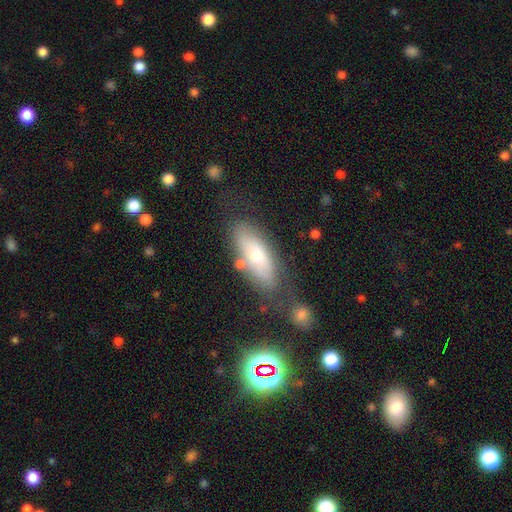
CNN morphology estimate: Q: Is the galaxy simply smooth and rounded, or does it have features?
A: smooth — 51%.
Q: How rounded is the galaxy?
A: in between — 70%.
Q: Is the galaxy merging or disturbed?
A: none — 70%.